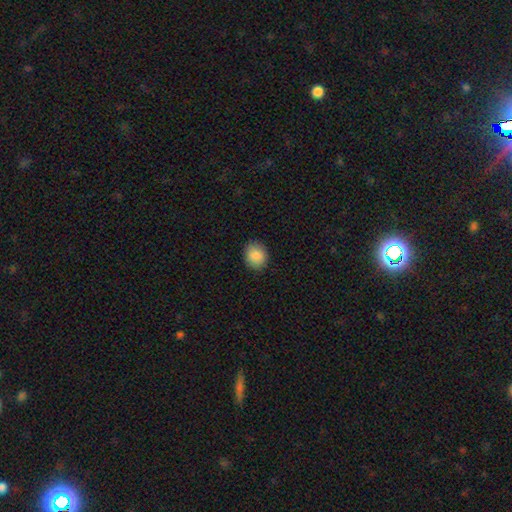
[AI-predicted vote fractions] This appears to be a smooth galaxy with no disk features (88%) that is round (68%). Merging: none (88%).